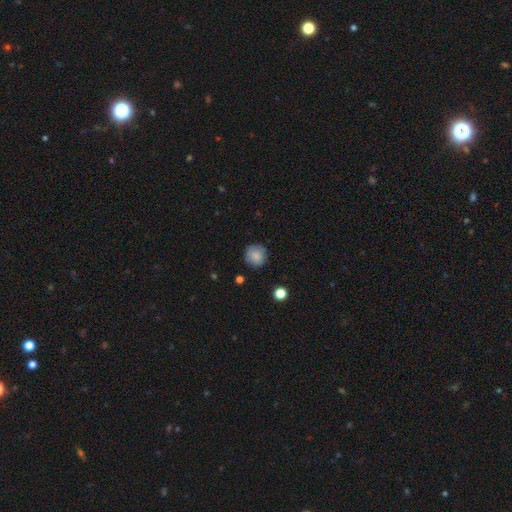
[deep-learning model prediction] The model was most divided on "merging": none: 83%, minor disturbance: 13%, major disturbance: 3%, merger: 1%. More confident: how rounded — round (92%); smooth or featured — smooth (82%).